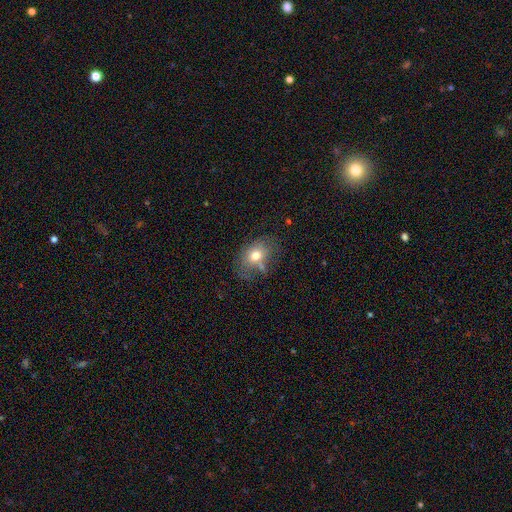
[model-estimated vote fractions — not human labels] Smooth or featured?
  - smooth: 69% *
  - featured or disk: 20%
  - star or artifact: 11%
How rounded?
  - in between: 69% *
  - round: 30%
  - cigar-shaped: 1%
Merging?
  - none: 52% *
  - minor disturbance: 26%
  - major disturbance: 13%
  - merger: 9%